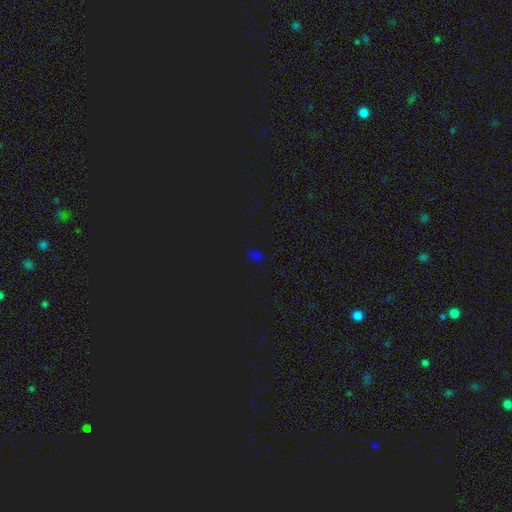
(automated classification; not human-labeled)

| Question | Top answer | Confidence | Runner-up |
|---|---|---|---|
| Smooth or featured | star or artifact | 57% | smooth (38%) |